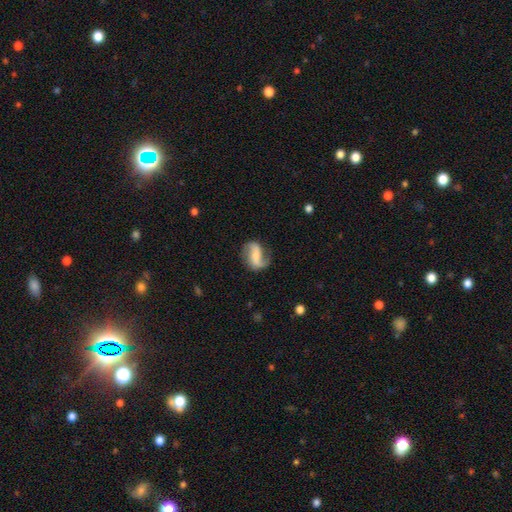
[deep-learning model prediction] A featured or disk galaxy (74%) with a weak bar (36%), 2 (78%) loose (60%) spiral arms (94%) and a small central bulge (44%).

Vote fractions:
- Smooth or featured? featured or disk: 74% / smooth: 20% / star or artifact: 6%
- Edge-on disk? no: 97% / yes: 3%
- Bar? weak: 36% / no: 32% / strong: 32%
- Spiral arms? yes: 94% / no: 6%
- Spiral winding? loose: 60% / medium: 30% / tight: 11%
- Spiral arm count? 2: 78% / 1: 16% / can't tell: 3% / 3: 1% / 4: 1% / more than 4: 1%
- Bulge size? small: 44% / moderate: 28% / none: 19% / large: 6% / dominant: 2%
- Merging? none: 66% / minor disturbance: 20% / major disturbance: 12% / merger: 2%